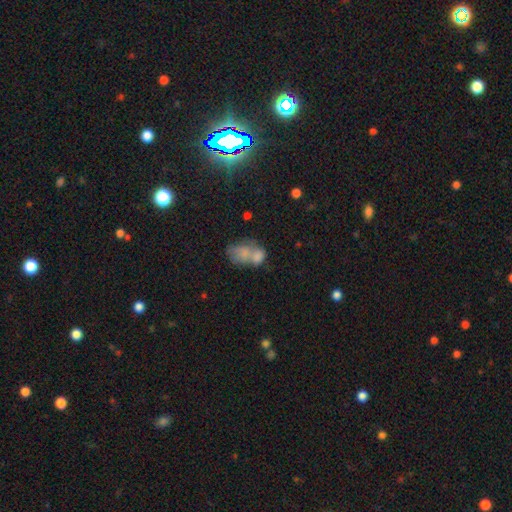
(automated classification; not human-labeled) A smooth galaxy with no disk features (73%) that is in between round and cigar-shaped (74%).

Vote fractions:
- Smooth or featured? smooth: 73% / featured or disk: 18% / star or artifact: 9%
- How rounded? in between: 74% / round: 24% / cigar-shaped: 2%
- Merging? merger: 64% / none: 19% / minor disturbance: 10% / major disturbance: 8%